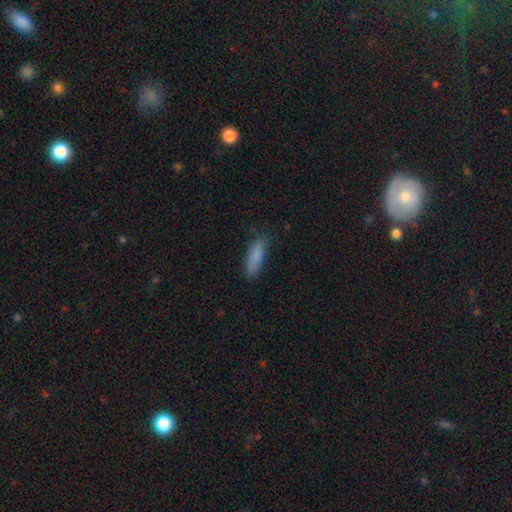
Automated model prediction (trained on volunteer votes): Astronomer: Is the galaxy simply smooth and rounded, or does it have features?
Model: smooth — 85%.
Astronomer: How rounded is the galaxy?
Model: cigar-shaped — 58% (runner-up: in between, 40%).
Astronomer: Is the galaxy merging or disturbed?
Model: none — 77%.